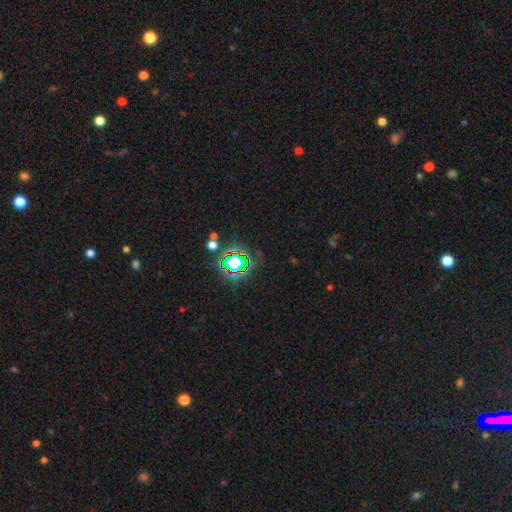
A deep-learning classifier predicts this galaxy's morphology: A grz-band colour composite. It shows a star or artifact, not a galaxy (79%).